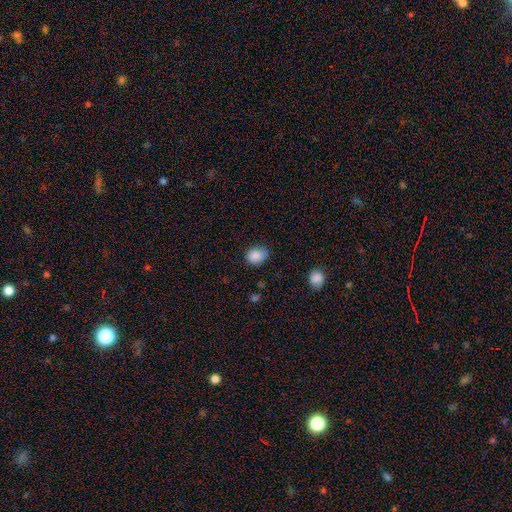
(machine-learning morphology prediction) Q: Smooth or featured?
A: smooth (87%); runner-up: star or artifact (9%)
Q: How rounded?
A: round (50%); runner-up: in between (49%)
Q: Merging?
A: none (69%); runner-up: minor disturbance (25%)